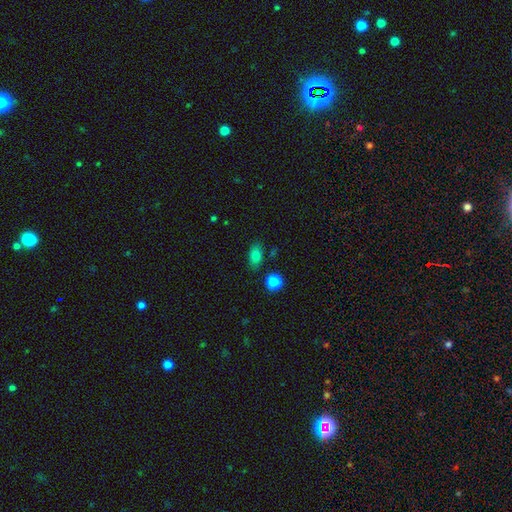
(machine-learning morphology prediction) type=smooth (82%); roundness=in between (84%); merging=none (79%).